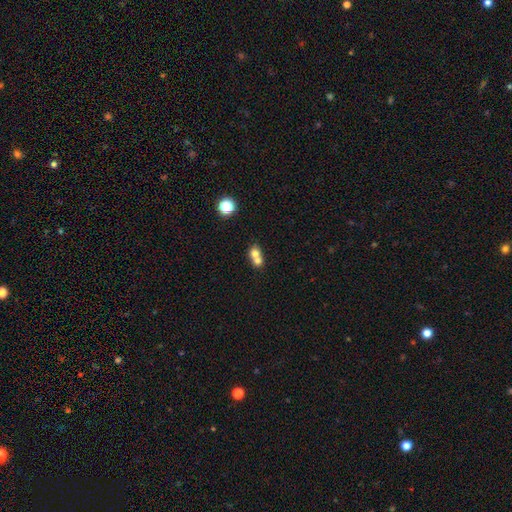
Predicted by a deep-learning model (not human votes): A smooth galaxy with no disk features (71%) that is round (70%).

Vote fractions:
- Smooth or featured? smooth: 71% / featured or disk: 18% / star or artifact: 12%
- How rounded? round: 70% / in between: 29% / cigar-shaped: 1%
- Merging? merger: 68% / none: 25% / minor disturbance: 5% / major disturbance: 3%